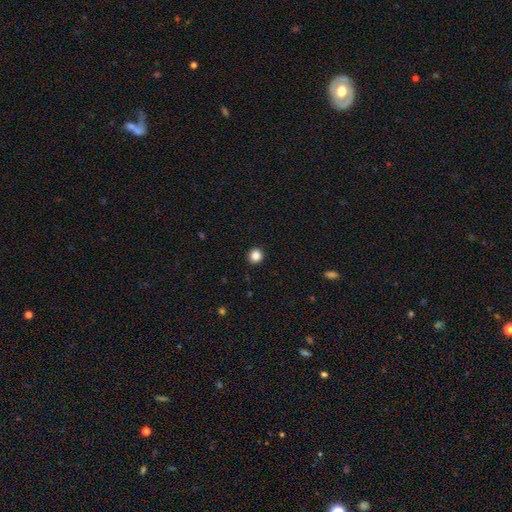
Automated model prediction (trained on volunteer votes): smooth 87%, star or artifact 10%, featured or disk 3%. Down the decision tree: how rounded — round (92%); merging — none (93%).